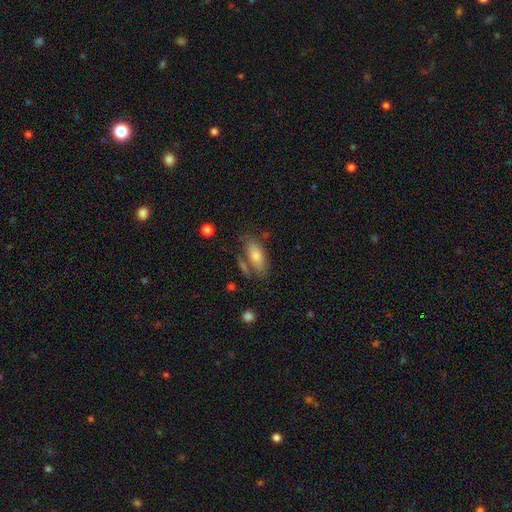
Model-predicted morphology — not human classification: Smooth or featured? Predicted: smooth (p=0.69). How rounded? Predicted: in between (p=0.82). Merging? Predicted: none (p=0.59).